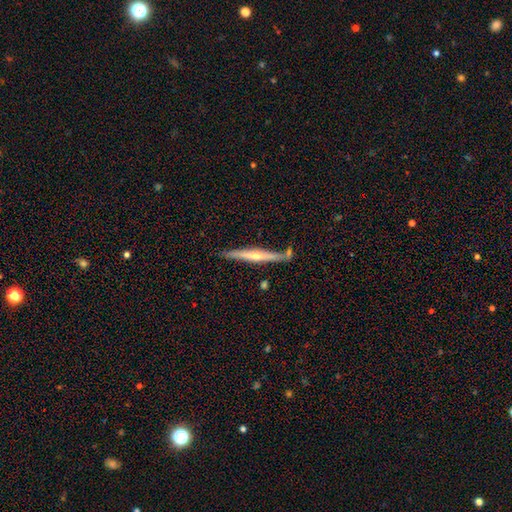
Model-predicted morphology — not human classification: The model was most divided on "smooth or featured": featured or disk: 66%, smooth: 28%, star or artifact: 6%. More confident: edge-on disk — yes (96%); merging — none (78%); edge-on bulge — rounded (73%).